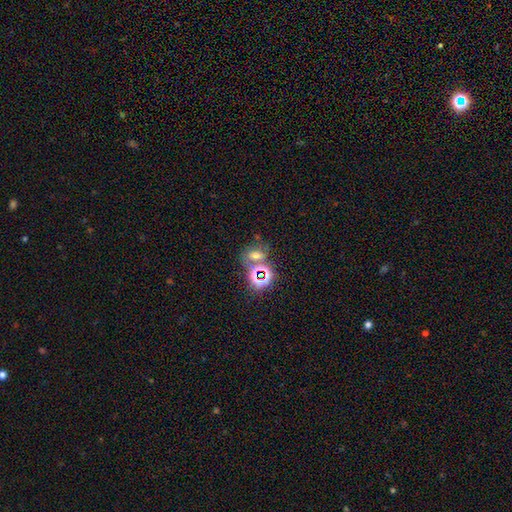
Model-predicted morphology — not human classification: The model was most divided on "smooth or featured": smooth: 43%, star or artifact: 41%, featured or disk: 16%. More confident: merging — none (51%).